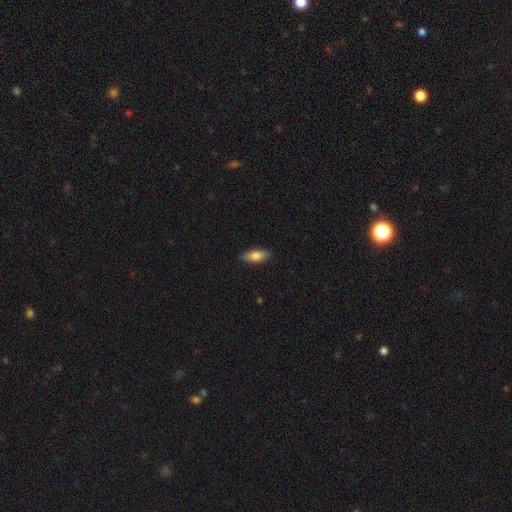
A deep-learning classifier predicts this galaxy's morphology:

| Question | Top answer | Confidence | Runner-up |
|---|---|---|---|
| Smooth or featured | smooth | 82% | featured or disk (11%) |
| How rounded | in between | 78% | cigar-shaped (20%) |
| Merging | none | 86% | minor disturbance (11%) |